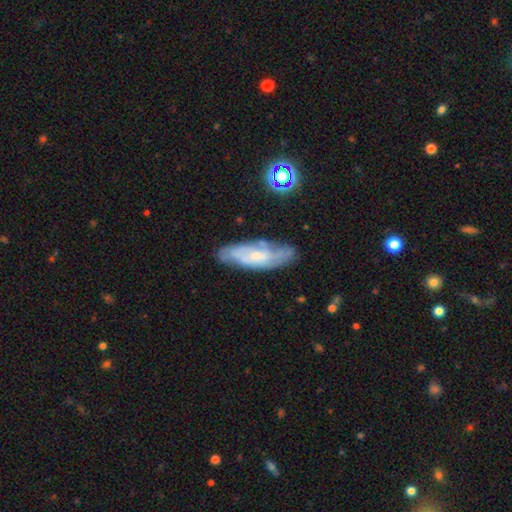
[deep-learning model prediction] Overall: featured or disk (65%; smooth 27%). Edge-on disk: no (79%). Bar: no (63%; weak 30%). Spiral arms: yes (80%). Bulge size: small (63%; moderate 28%). Merging: none (71%).